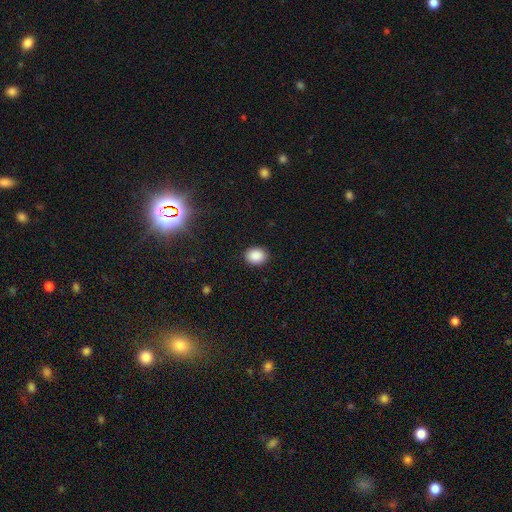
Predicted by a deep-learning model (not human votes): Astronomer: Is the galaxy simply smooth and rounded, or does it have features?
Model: smooth — 89%.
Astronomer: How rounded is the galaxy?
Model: in between — 53% (runner-up: round, 46%).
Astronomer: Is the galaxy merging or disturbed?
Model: none — 89%.